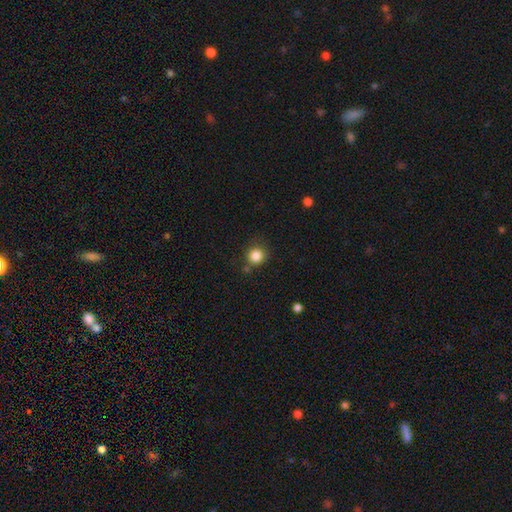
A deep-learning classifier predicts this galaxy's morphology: smooth_or_featured: smooth (p=0.85) [alt: star or artifact p=0.11]
how_rounded: round (p=0.91) [alt: in between p=0.08]
merging: none (p=0.78) [alt: minor disturbance p=0.12]